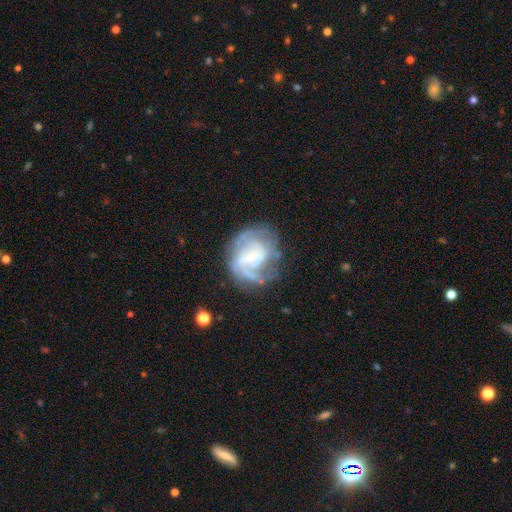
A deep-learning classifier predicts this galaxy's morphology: Smooth or featured: featured or disk — 72% (smooth — 20%)
Edge-on disk: no — 98% (yes — 2%)
Bar: no — 45% (weak — 42%)
Spiral arms: yes — 80% (no — 20%)
Spiral winding: tight — 42% (medium — 38%)
Spiral arm count: can't tell — 36% (2 — 34%)
Bulge size: small — 58% (moderate — 19%)
Merging: none — 56% (minor disturbance — 22%)